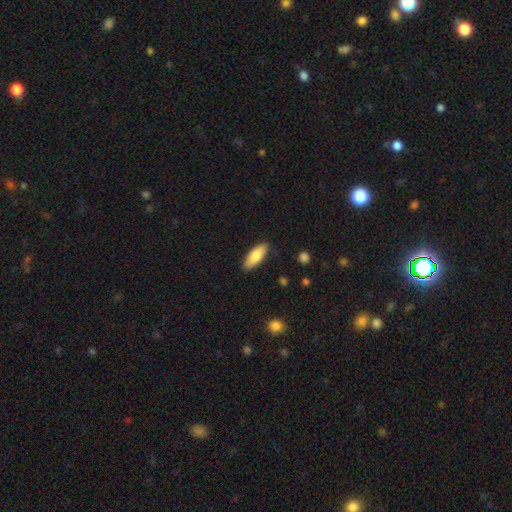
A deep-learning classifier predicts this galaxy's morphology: Smooth or featured? smooth (81%)
How rounded? in between (70%)
Merging? none (87%)